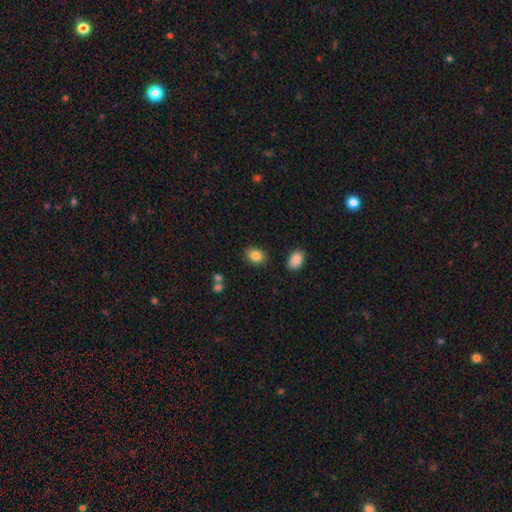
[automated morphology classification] Q: Smooth or featured?
A: smooth (85%); runner-up: star or artifact (9%)
Q: How rounded?
A: in between (55%); runner-up: round (44%)
Q: Merging?
A: none (84%); runner-up: minor disturbance (10%)